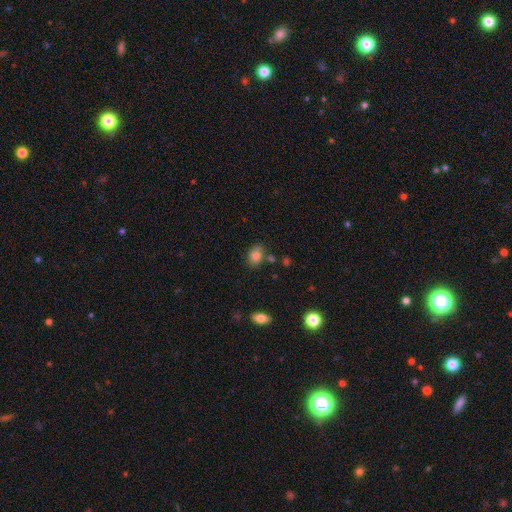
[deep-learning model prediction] smooth 82%, star or artifact 10%, featured or disk 9%. Down the decision tree: how rounded — in between (72%); merging — none (71%).